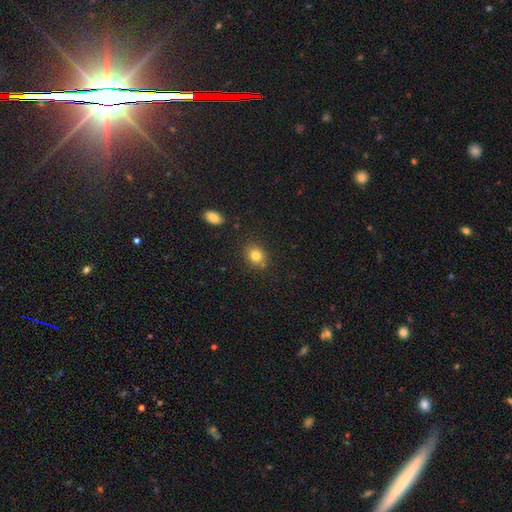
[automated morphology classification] smooth 81%, star or artifact 11%, featured or disk 7%. Down the decision tree: how rounded — round (64%); merging — none (79%).